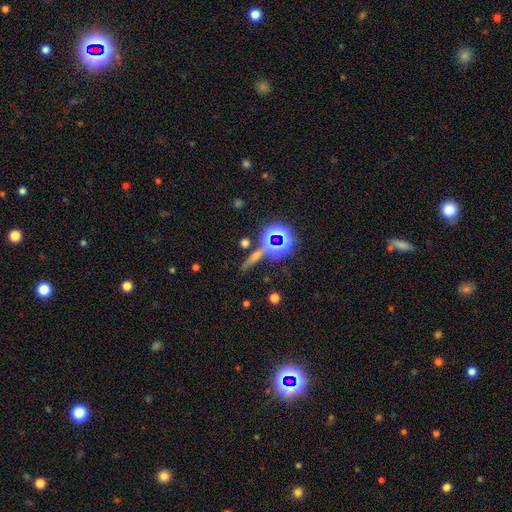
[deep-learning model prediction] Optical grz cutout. It shows a star or artifact, not a galaxy (37%).